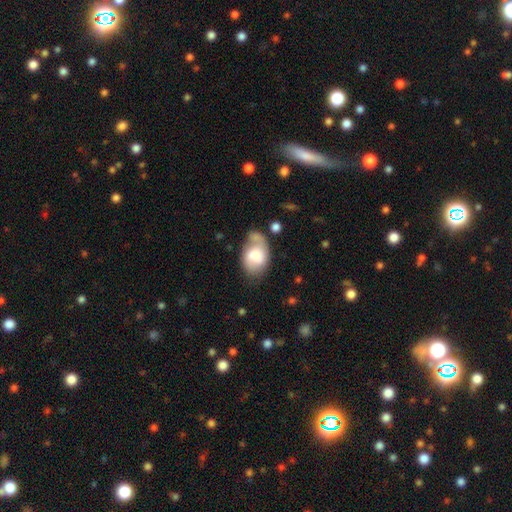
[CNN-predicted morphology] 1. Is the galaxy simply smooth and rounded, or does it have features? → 63% smooth, 30% featured or disk, 7% star or artifact.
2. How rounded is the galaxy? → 81% in between, 18% round, 1% cigar-shaped.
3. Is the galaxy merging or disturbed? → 36% none, 30% minor disturbance, 18% merger, 17% major disturbance.